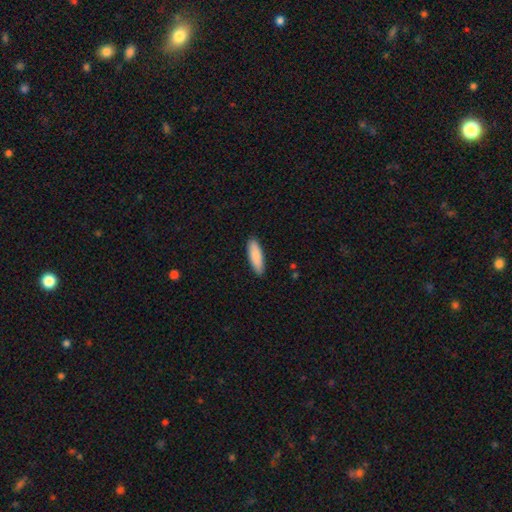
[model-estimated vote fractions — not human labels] A smooth galaxy with no disk features (88%) that is cigar-shaped (49%, tied with in between). Merging: none (89%).